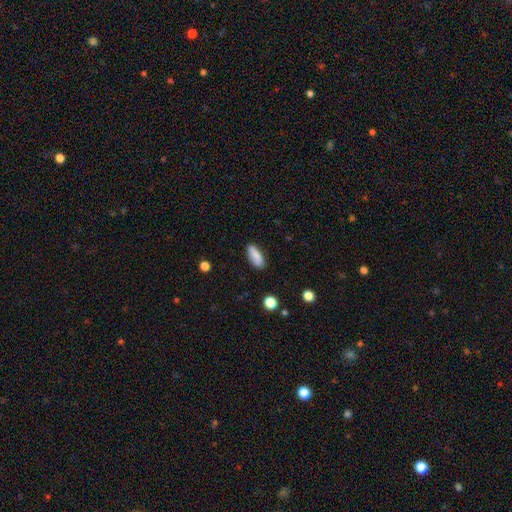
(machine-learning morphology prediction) A smooth galaxy with no disk features (83%) that is in between round and cigar-shaped (72%).

Vote fractions:
- Smooth or featured? smooth: 83% / featured or disk: 10% / star or artifact: 7%
- How rounded? in between: 72% / cigar-shaped: 26% / round: 2%
- Merging? none: 84% / minor disturbance: 12% / major disturbance: 2% / merger: 2%